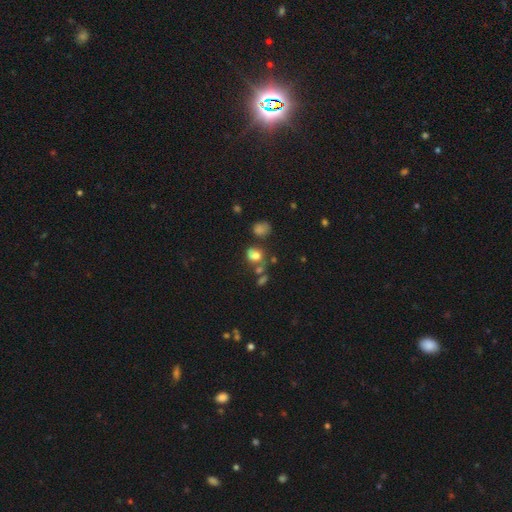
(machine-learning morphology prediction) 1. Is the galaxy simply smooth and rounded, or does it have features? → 71% smooth, 15% featured or disk, 14% star or artifact.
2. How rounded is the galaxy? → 59% round, 40% in between, 1% cigar-shaped.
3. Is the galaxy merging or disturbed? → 47% none, 22% merger, 19% minor disturbance, 11% major disturbance.